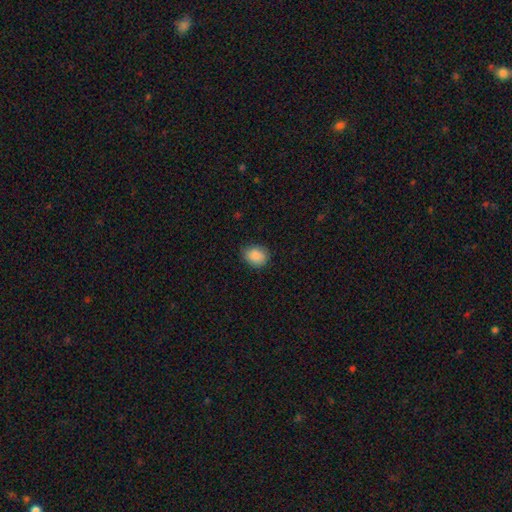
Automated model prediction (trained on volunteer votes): smooth-or-featured: smooth: 88% | star or artifact: 8% | featured or disk: 5%
  how-rounded: round: 53% | in between: 46% | cigar-shaped: 1%
  merging: none: 77% | minor disturbance: 19% | major disturbance: 3% | merger: 1%